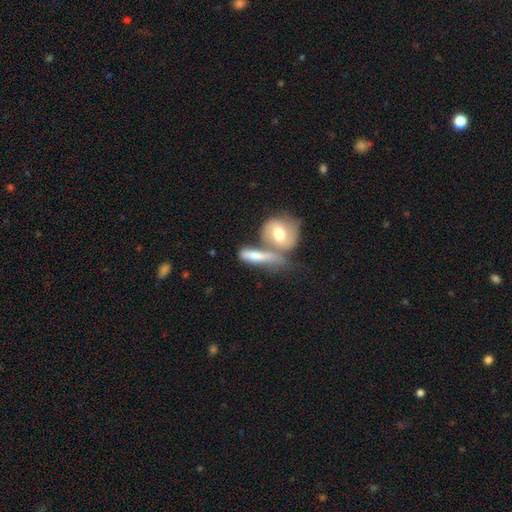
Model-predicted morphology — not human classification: This is likely a smooth galaxy (62%). How rounded: possibly cigar-shaped (45%). Merging: possibly merger (48%).